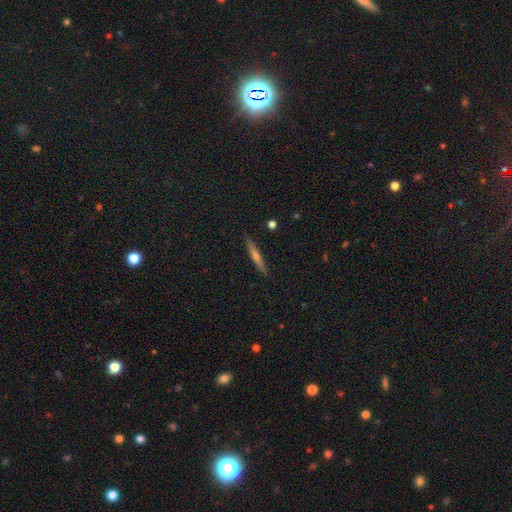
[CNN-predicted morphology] Smooth or featured? Predicted: featured or disk (p=0.51). Edge-on disk? Predicted: yes (p=0.97). Merging? Predicted: none (p=0.91).